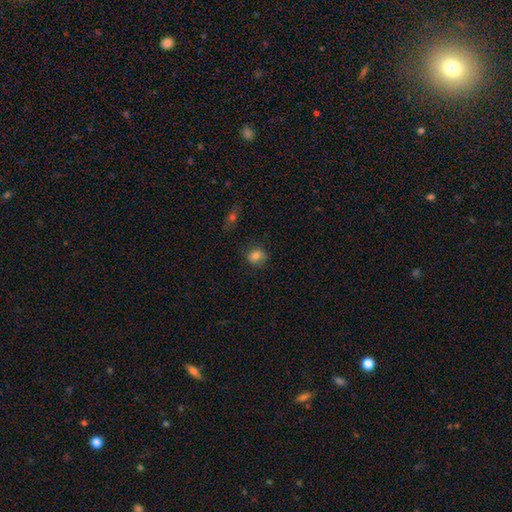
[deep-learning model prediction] smooth_or_featured: smooth (p=0.79) [alt: star or artifact p=0.11]
how_rounded: round (p=0.61) [alt: in between p=0.38]
merging: none (p=0.75) [alt: minor disturbance p=0.18]